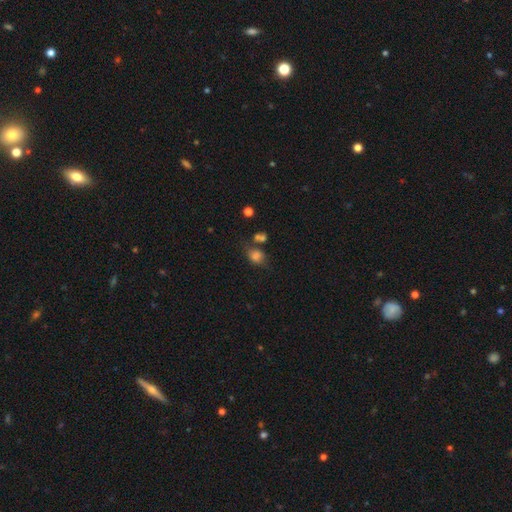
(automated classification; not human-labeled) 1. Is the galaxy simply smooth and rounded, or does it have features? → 77% smooth, 13% star or artifact, 10% featured or disk.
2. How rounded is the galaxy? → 57% in between, 41% round, 2% cigar-shaped.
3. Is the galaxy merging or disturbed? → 48% none, 22% minor disturbance, 18% merger, 11% major disturbance.